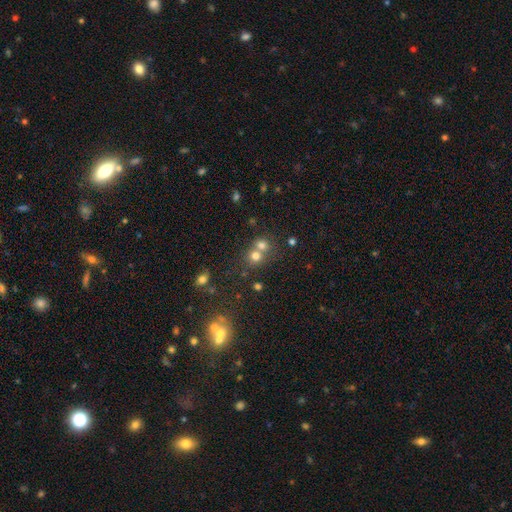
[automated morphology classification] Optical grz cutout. It shows a smooth galaxy with no disk features (71%) that is round (82%). Merging: merger (50%).